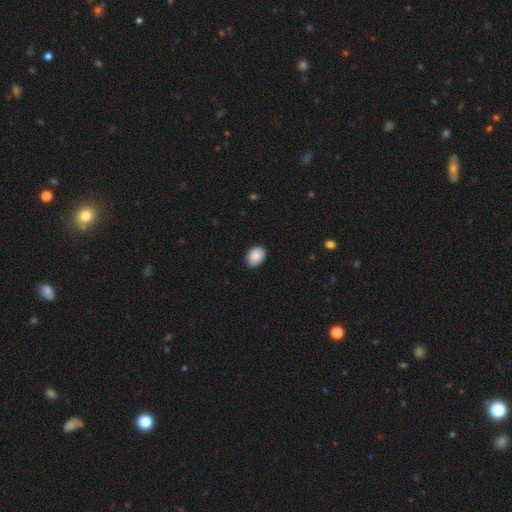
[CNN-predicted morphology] Overall: smooth (89%). How rounded: in between (75%). Merging: none (84%).